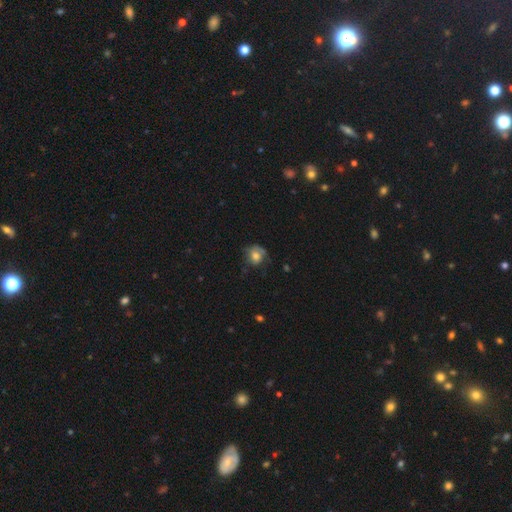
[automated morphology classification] type=smooth (62%); roundness=round (68%); merging=none (50%).